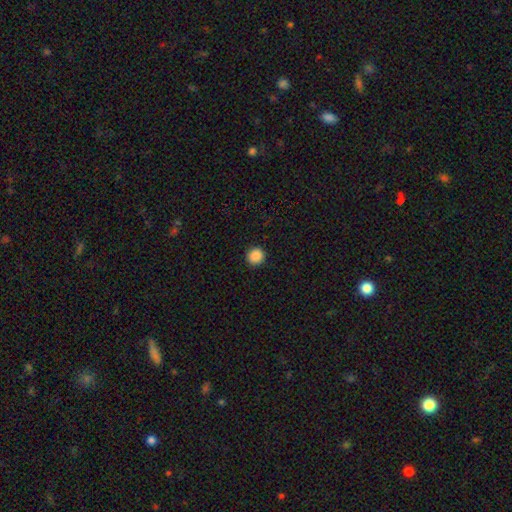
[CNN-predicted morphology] This appears to be a smooth galaxy with no disk features (88%) that is round (94%). Merging: none (93%).